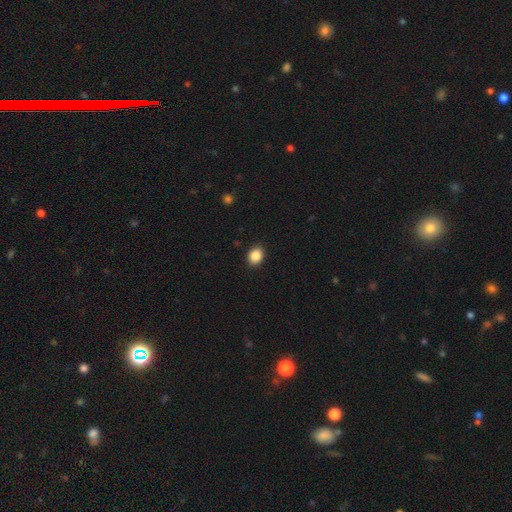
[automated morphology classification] A smooth galaxy with no disk features (88%) that is in between round and cigar-shaped (51%).

Vote fractions:
- Smooth or featured? smooth: 88% / star or artifact: 9% / featured or disk: 3%
- How rounded? in between: 51% / round: 48% / cigar-shaped: 1%
- Merging? none: 90% / minor disturbance: 7% / major disturbance: 2% / merger: 1%